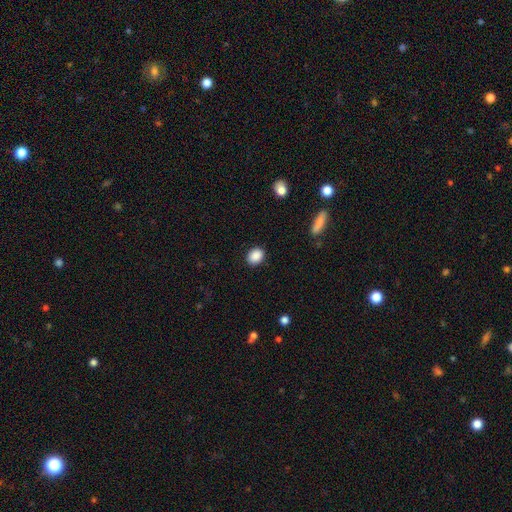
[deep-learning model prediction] A smooth galaxy with no disk features (89%) that is in between round and cigar-shaped (51%).

Vote fractions:
- Smooth or featured? smooth: 89% / star or artifact: 8% / featured or disk: 3%
- How rounded? in between: 51% / round: 48% / cigar-shaped: 1%
- Merging? none: 88% / minor disturbance: 8% / major disturbance: 2% / merger: 1%